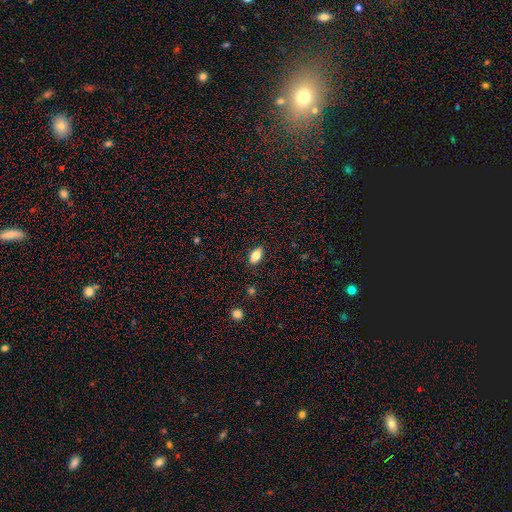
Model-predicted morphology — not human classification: smooth-or-featured: smooth: 81% | featured or disk: 11% | star or artifact: 8%
  how-rounded: in between: 89% | cigar-shaped: 6% | round: 5%
  merging: none: 87% | minor disturbance: 10% | major disturbance: 2% | merger: 1%